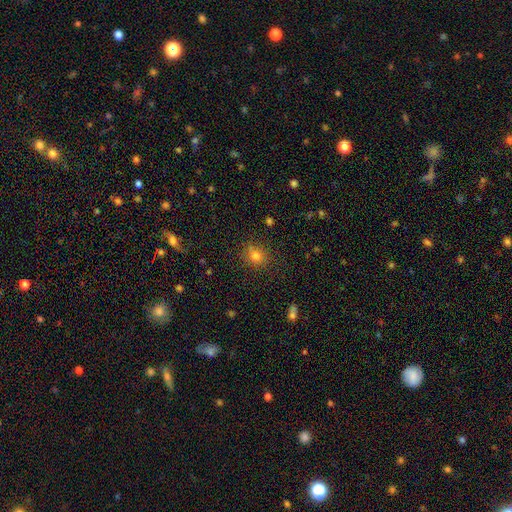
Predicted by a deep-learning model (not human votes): Overall: smooth (74%). How rounded: round (79%). Merging: none (83%).